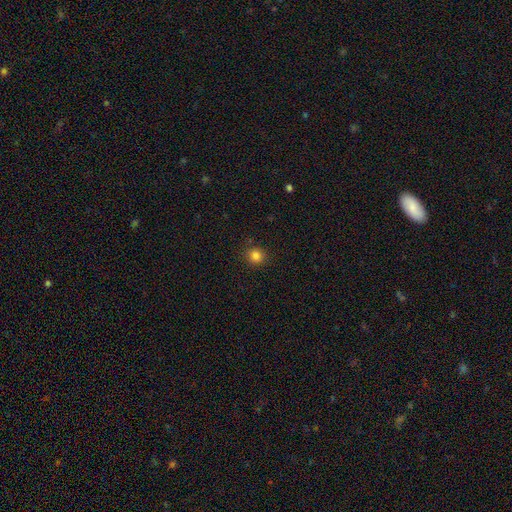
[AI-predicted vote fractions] This is clearly a smooth galaxy (83%). How rounded: clearly round (89%). Merging: clearly none (88%).